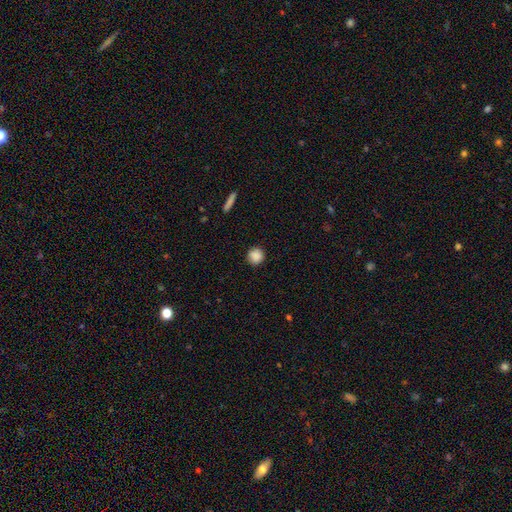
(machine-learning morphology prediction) Overall: smooth (88%). How rounded: round (92%). Merging: none (87%).